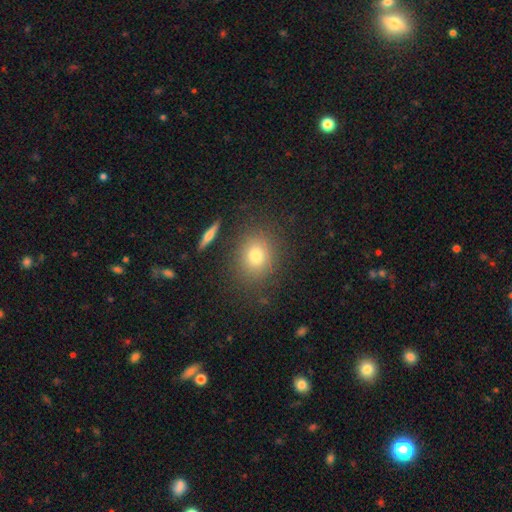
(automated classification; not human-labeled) Smooth or featured? smooth (77%)
How rounded? round (65%)
Merging? none (84%)